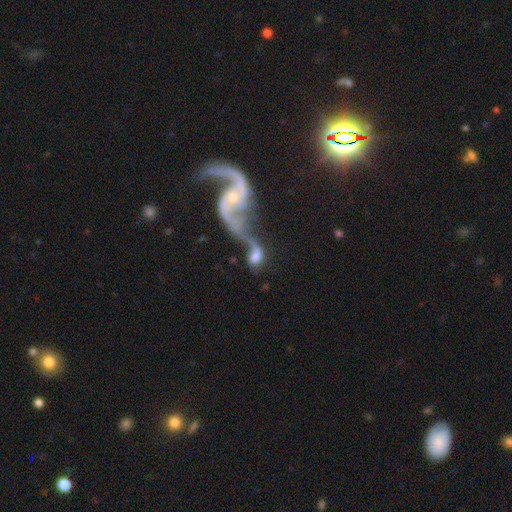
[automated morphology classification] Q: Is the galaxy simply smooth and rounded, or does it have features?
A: featured or disk — 49%.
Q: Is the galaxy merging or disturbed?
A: merger — 57%.